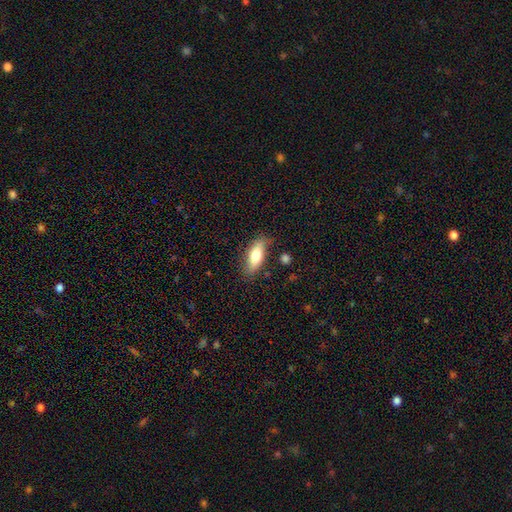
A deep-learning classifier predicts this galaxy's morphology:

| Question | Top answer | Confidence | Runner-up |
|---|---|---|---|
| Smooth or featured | smooth | 70% | featured or disk (24%) |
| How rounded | in between | 71% | cigar-shaped (26%) |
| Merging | none | 77% | minor disturbance (17%) |